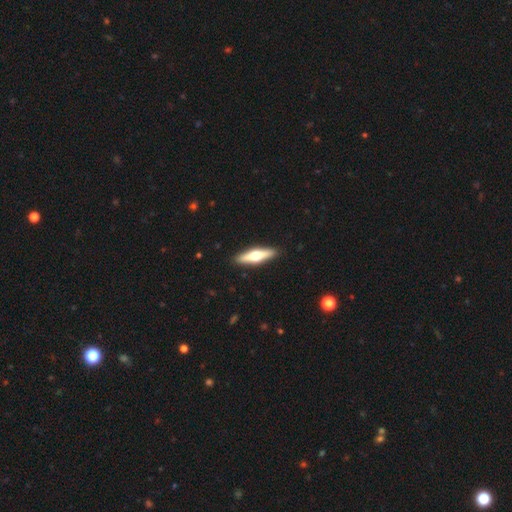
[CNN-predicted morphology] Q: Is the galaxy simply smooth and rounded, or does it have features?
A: featured or disk — 57%.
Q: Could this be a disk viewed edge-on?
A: yes — 94%.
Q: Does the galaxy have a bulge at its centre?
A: rounded — 95%.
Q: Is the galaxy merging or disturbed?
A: none — 92%.